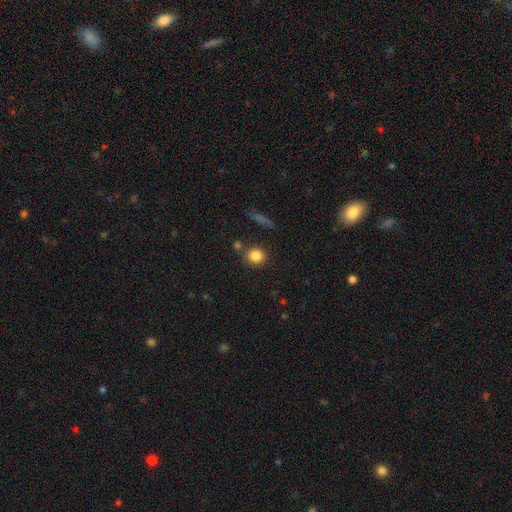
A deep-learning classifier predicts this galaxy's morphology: smooth-or-featured: smooth: 84% | star or artifact: 10% | featured or disk: 7%
  how-rounded: round: 82% | in between: 16% | cigar-shaped: 2%
  merging: none: 79% | minor disturbance: 10% | merger: 8% | major disturbance: 3%